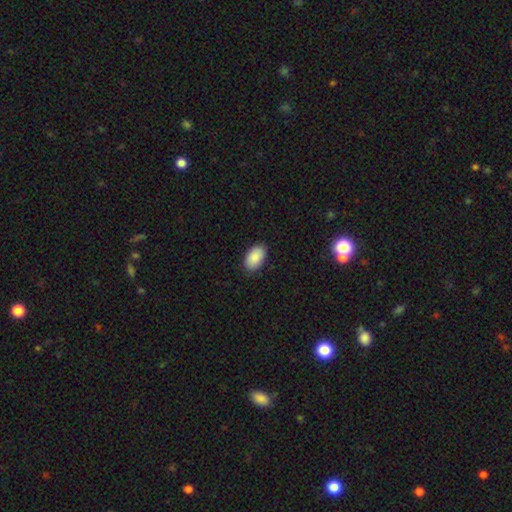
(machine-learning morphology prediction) This is clearly a smooth galaxy (90%). How rounded: clearly in between (94%). Merging: clearly none (88%).